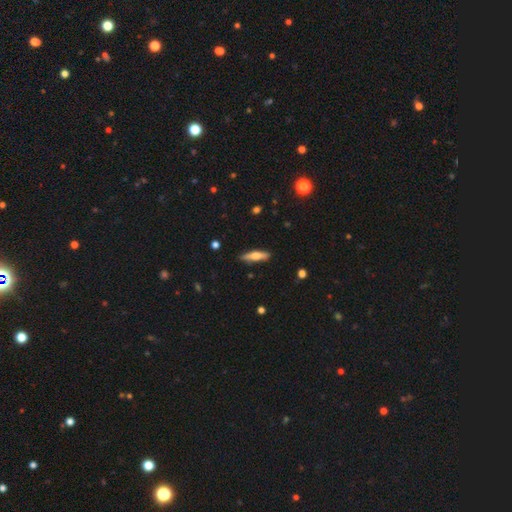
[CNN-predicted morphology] smooth_or_featured: smooth (p=0.53) [alt: featured or disk p=0.41]
how_rounded: cigar-shaped (p=0.76) [alt: in between p=0.22]
merging: none (p=0.86) [alt: minor disturbance p=0.11]